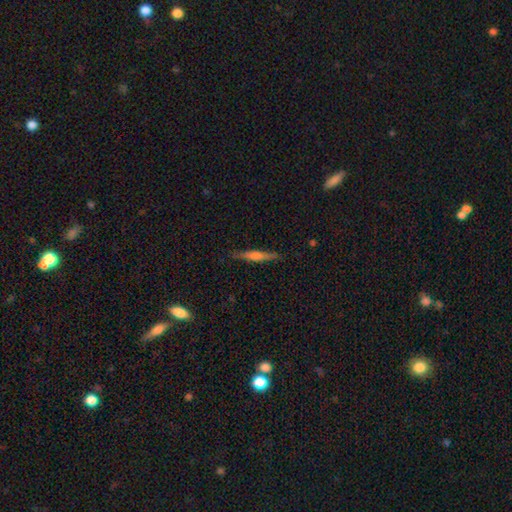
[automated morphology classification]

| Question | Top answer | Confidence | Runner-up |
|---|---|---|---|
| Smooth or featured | featured or disk | 48% | smooth (45%) |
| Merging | none | 87% | minor disturbance (9%) |